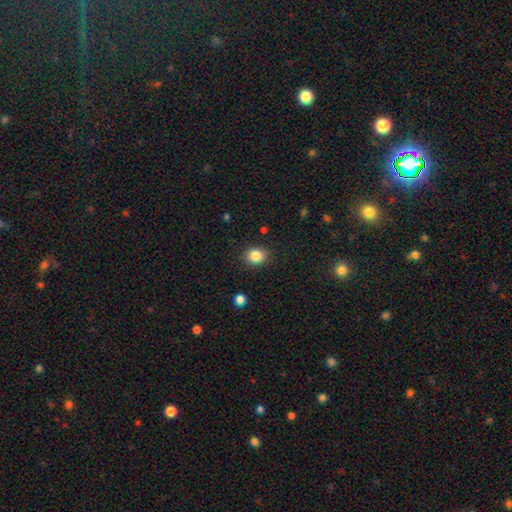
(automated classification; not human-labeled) Smooth or featured: smooth — 85% (star or artifact — 10%)
How rounded: round — 65% (in between — 34%)
Merging: none — 88% (minor disturbance — 9%)